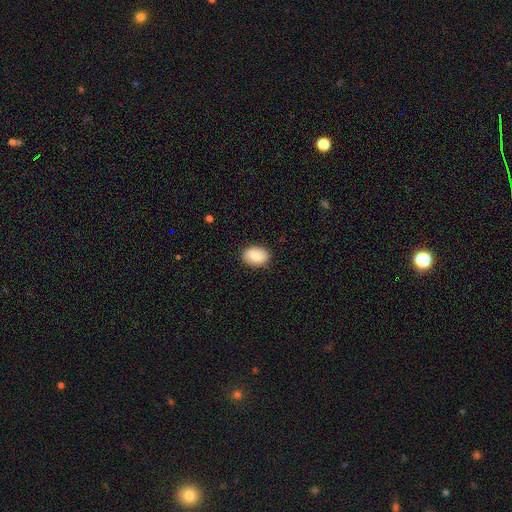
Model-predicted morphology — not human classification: smooth 77%, featured or disk 16%, star or artifact 7%. Down the decision tree: how rounded — in between (73%); merging — none (88%).